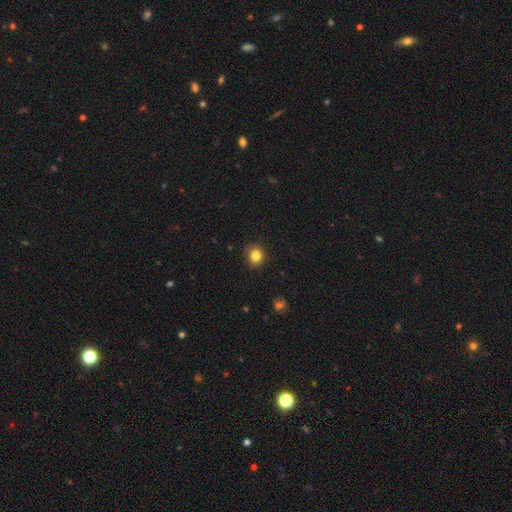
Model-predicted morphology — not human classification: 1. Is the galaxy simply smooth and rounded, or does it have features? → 83% smooth, 12% star or artifact, 5% featured or disk.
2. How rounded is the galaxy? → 79% round, 20% in between, 1% cigar-shaped.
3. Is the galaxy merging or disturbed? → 87% none, 10% minor disturbance, 2% major disturbance, 1% merger.